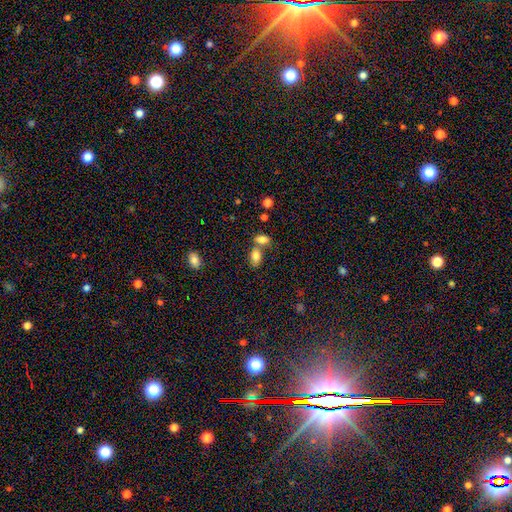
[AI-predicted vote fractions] Smooth or featured? Predicted: smooth (p=0.82). How rounded? Predicted: in between (p=0.89). Merging? Predicted: none (p=0.45).